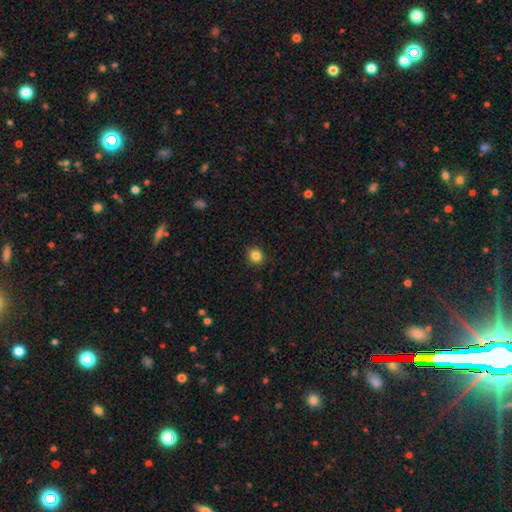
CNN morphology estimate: smooth 85%, star or artifact 11%, featured or disk 4%. Down the decision tree: how rounded — round (73%); merging — none (90%).